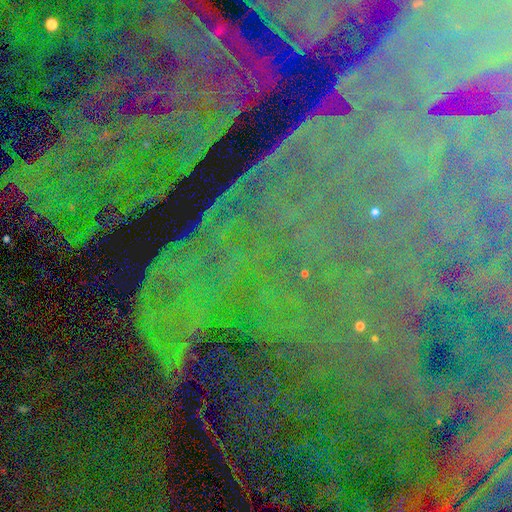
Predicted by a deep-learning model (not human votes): A star or artifact, not a galaxy (86%).

Vote fractions:
- Smooth or featured? star or artifact: 86% / featured or disk: 8% / smooth: 7%